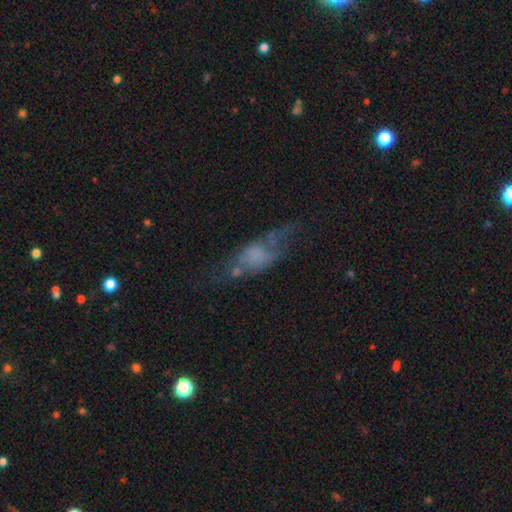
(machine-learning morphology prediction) Smooth or featured: featured or disk — 46% (smooth — 42%)
Merging: none — 37% (major disturbance — 33%)